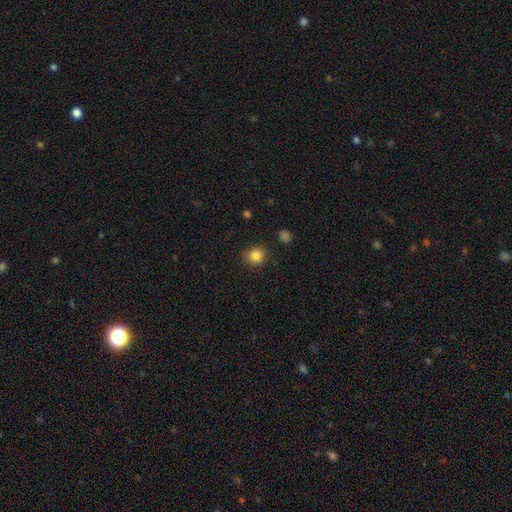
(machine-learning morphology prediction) smooth-or-featured: smooth: 85% | star or artifact: 11% | featured or disk: 5%
  how-rounded: round: 87% | in between: 12% | cigar-shaped: 1%
  merging: none: 87% | minor disturbance: 9% | major disturbance: 3% | merger: 1%